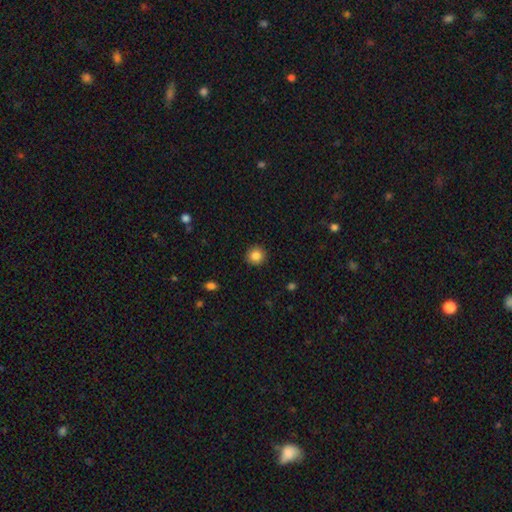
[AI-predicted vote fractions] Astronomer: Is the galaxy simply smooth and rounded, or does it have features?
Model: smooth — 85%.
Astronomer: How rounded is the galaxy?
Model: round — 92%.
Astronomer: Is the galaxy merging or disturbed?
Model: none — 91%.